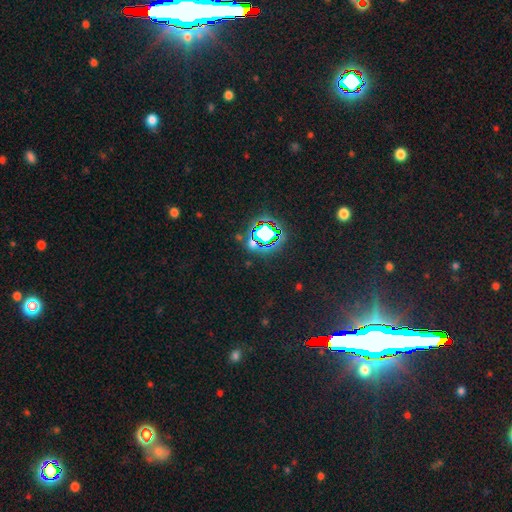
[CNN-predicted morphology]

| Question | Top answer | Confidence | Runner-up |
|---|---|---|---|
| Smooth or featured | star or artifact | 80% | smooth (11%) |